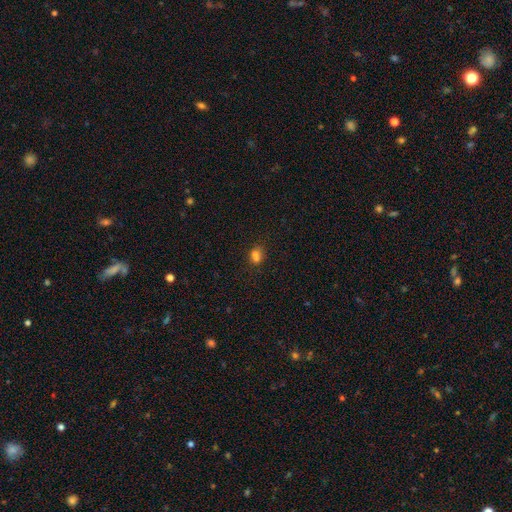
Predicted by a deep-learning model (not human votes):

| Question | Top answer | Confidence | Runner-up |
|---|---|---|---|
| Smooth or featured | smooth | 74% | star or artifact (18%) |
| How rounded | in between | 61% | round (37%) |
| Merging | none | 61% | merger (18%) |